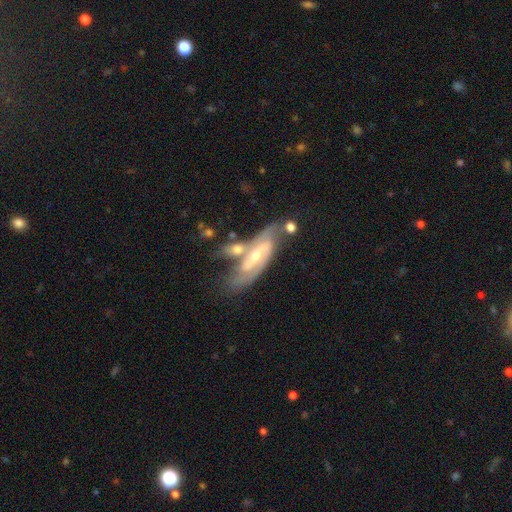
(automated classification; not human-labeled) Smooth or featured? featured or disk (85%)
Edge-on disk? no (88%)
Bar? strong (47%)
Spiral arms? yes (94%)
Spiral winding? medium (48%)
Spiral arm count? 2 (84%)
Bulge size? moderate (48%)
Merging? none (51%)